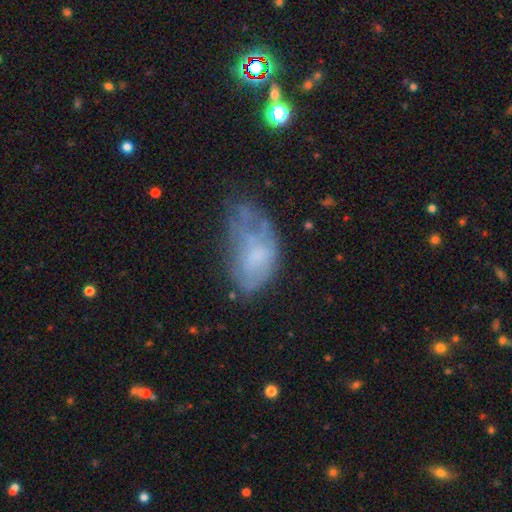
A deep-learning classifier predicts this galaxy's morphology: A smooth galaxy with no disk features (47%). Merging: minor disturbance (31%, tied with major disturbance).